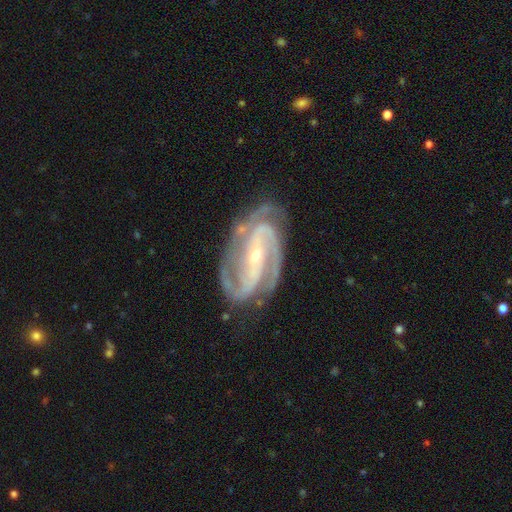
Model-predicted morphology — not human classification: Smooth or featured?
  - featured or disk: 93% *
  - star or artifact: 4%
  - smooth: 3%
Edge-on disk?
  - no: 97% *
  - yes: 3%
Bar?
  - strong: 51% *
  - weak: 29%
  - no: 21%
Spiral arms?
  - yes: 99% *
  - no: 1%
Spiral winding?
  - tight: 48% *
  - medium: 45%
  - loose: 7%
Spiral arm count?
  - 2: 57% *
  - 3: 27%
  - 4: 5%
  - can't tell: 5%
  - 1: 3%
  - more than 4: 3%
Bulge size?
  - small: 73% *
  - moderate: 24%
  - large: 1%
  - none: 1%
  - dominant: 1%
Merging?
  - none: 75% *
  - minor disturbance: 17%
  - major disturbance: 6%
  - merger: 2%